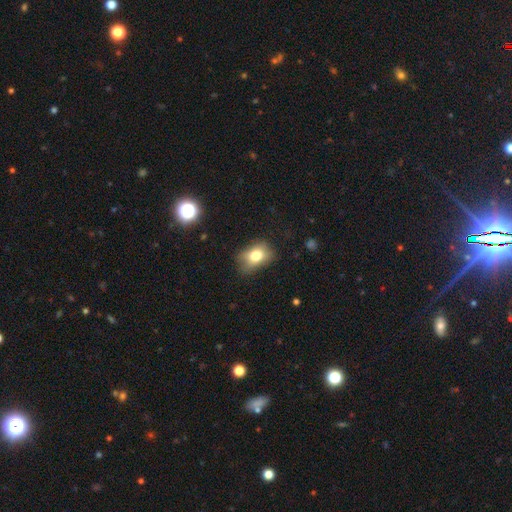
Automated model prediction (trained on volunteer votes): A smooth galaxy with no disk features (75%) that is in between round and cigar-shaped (74%).

Vote fractions:
- Smooth or featured? smooth: 75% / featured or disk: 14% / star or artifact: 11%
- How rounded? in between: 74% / round: 25% / cigar-shaped: 1%
- Merging? none: 62% / minor disturbance: 27% / major disturbance: 9% / merger: 2%